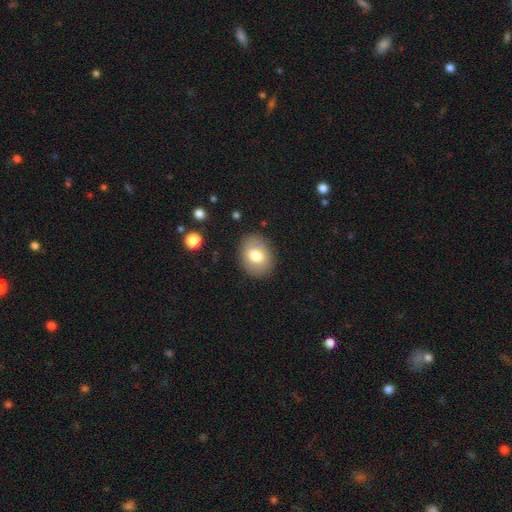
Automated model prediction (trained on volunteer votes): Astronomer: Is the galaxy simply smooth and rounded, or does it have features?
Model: smooth — 74%.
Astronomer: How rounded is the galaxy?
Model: in between — 61% (runner-up: round, 38%).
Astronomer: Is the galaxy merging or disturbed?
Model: none — 85%.